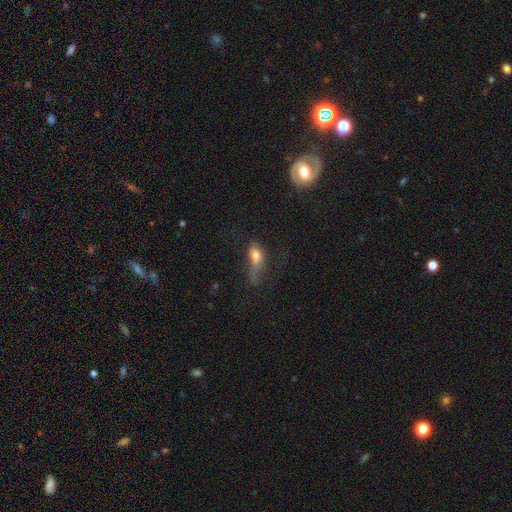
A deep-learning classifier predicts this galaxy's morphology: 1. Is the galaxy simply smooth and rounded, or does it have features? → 66% smooth, 22% featured or disk, 13% star or artifact.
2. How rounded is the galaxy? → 69% in between, 22% cigar-shaped, 9% round.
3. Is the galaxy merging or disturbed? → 43% major disturbance, 25% none, 24% minor disturbance, 8% merger.